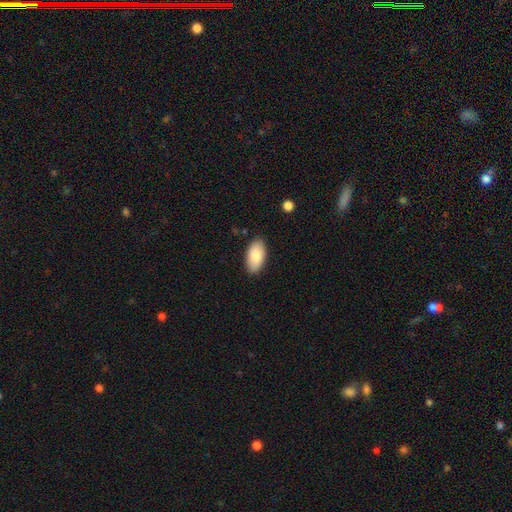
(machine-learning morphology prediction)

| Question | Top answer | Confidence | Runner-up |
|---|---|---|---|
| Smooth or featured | smooth | 84% | featured or disk (10%) |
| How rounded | in between | 94% | cigar-shaped (3%) |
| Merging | none | 87% | minor disturbance (10%) |